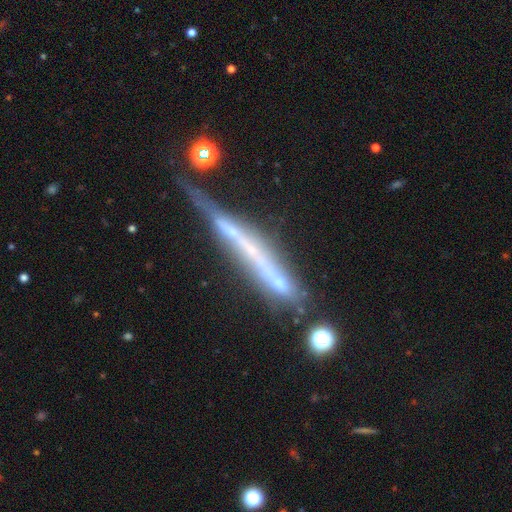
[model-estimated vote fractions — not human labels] Q: Smooth or featured?
A: featured or disk (68%); runner-up: smooth (22%)
Q: Edge-on disk?
A: yes (92%); runner-up: no (8%)
Q: Edge-on bulge?
A: none (86%); runner-up: rounded (8%)
Q: Merging?
A: none (56%); runner-up: minor disturbance (25%)